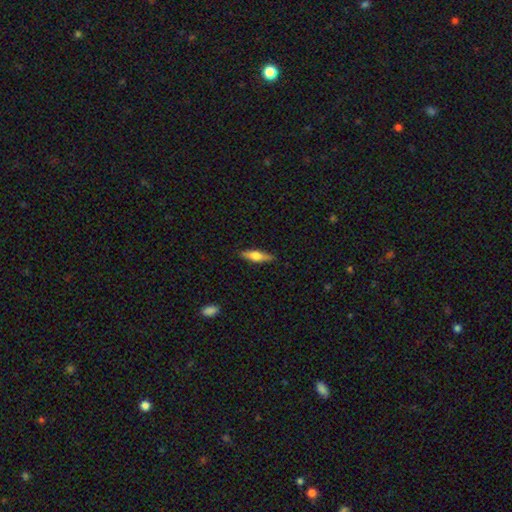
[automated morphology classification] Overall: smooth (55%; featured or disk 39%). How rounded: cigar-shaped (62%; in between 35%). Merging: none (88%).